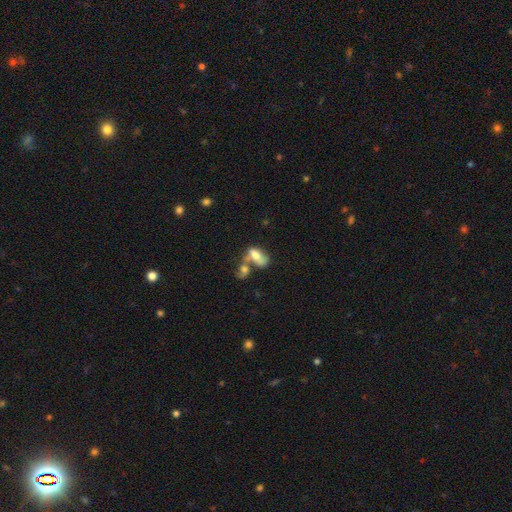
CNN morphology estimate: A smooth galaxy with no disk features (67%) that is in between round and cigar-shaped (89%).

Vote fractions:
- Smooth or featured? smooth: 67% / featured or disk: 23% / star or artifact: 10%
- How rounded? in between: 89% / round: 7% / cigar-shaped: 4%
- Merging? merger: 61% / none: 17% / major disturbance: 11% / minor disturbance: 11%